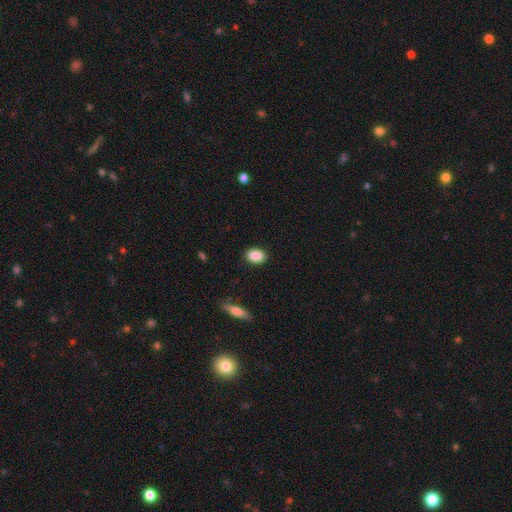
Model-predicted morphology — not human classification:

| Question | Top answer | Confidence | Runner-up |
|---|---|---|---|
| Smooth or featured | smooth | 88% | star or artifact (8%) |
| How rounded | in between | 69% | round (29%) |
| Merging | none | 89% | minor disturbance (8%) |